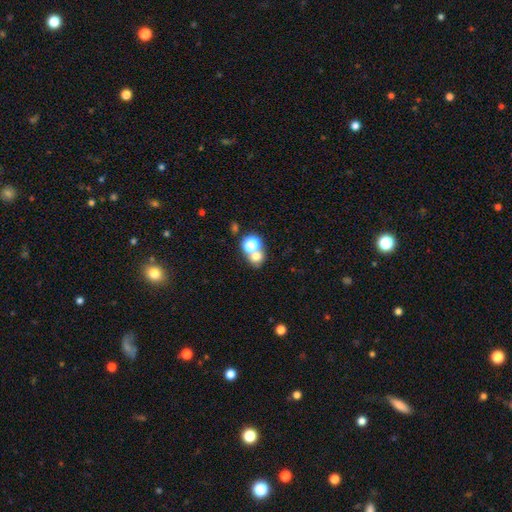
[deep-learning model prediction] smooth_or_featured: smooth (p=0.67) [alt: star or artifact p=0.20]
how_rounded: round (p=0.73) [alt: in between p=0.26]
merging: merger (p=0.46) [alt: none p=0.44]